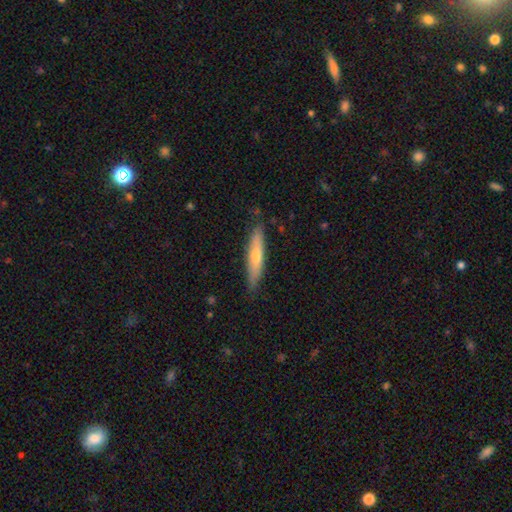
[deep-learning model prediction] Q: Smooth or featured?
A: smooth (47%); runner-up: featured or disk (46%)
Q: Merging?
A: none (85%); runner-up: minor disturbance (12%)